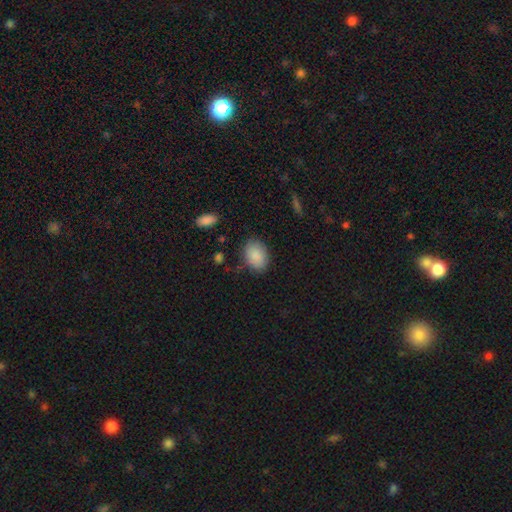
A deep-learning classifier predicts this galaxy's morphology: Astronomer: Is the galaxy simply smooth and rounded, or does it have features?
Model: smooth — 88%.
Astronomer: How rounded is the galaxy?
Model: in between — 74%.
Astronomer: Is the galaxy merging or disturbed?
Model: none — 78%.